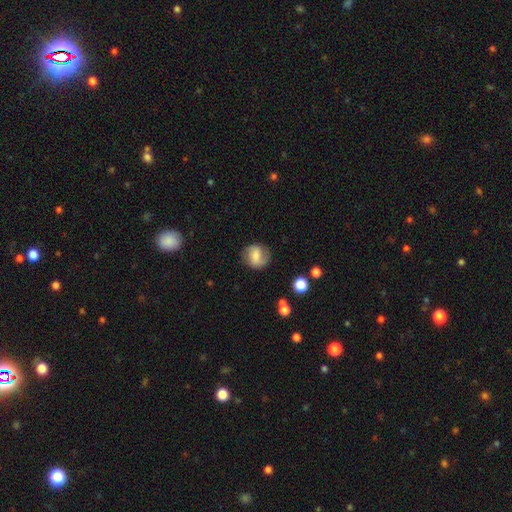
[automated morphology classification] A featured or disk galaxy (46%). Merging: none (78%).